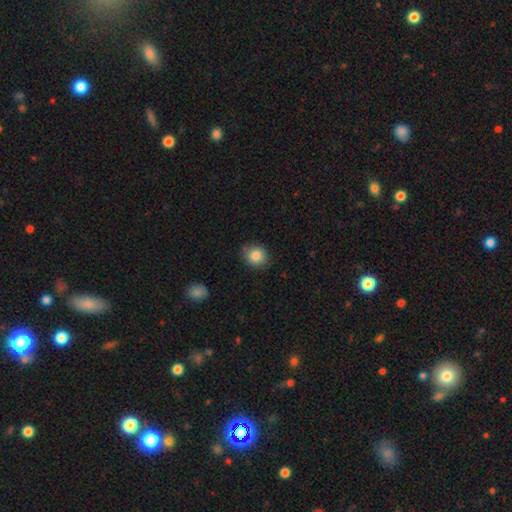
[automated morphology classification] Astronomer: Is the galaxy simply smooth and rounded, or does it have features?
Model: smooth — 85%.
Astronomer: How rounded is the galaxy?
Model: round — 77%.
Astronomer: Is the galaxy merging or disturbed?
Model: none — 82%.